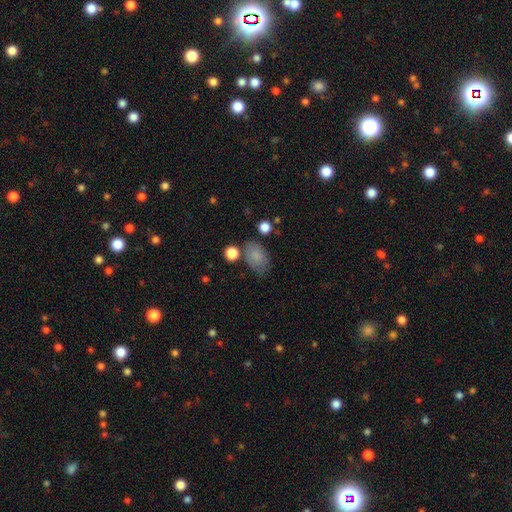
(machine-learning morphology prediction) type=smooth (81%); roundness=in between (87%); merging=none (64%).